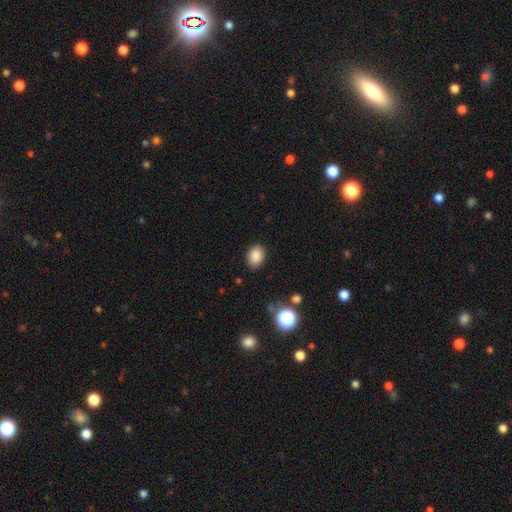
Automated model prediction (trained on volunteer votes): Overall: smooth (85%). How rounded: in between (69%; round 30%). Merging: none (84%).